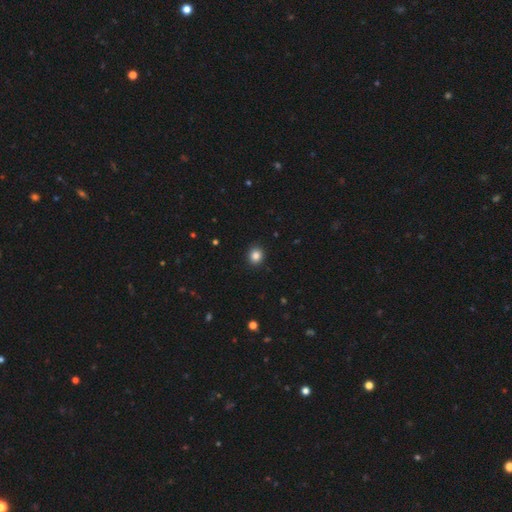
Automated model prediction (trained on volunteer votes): smooth_or_featured: smooth (p=0.85) [alt: star or artifact p=0.11]
how_rounded: round (p=0.78) [alt: in between p=0.21]
merging: none (p=0.92) [alt: minor disturbance p=0.06]